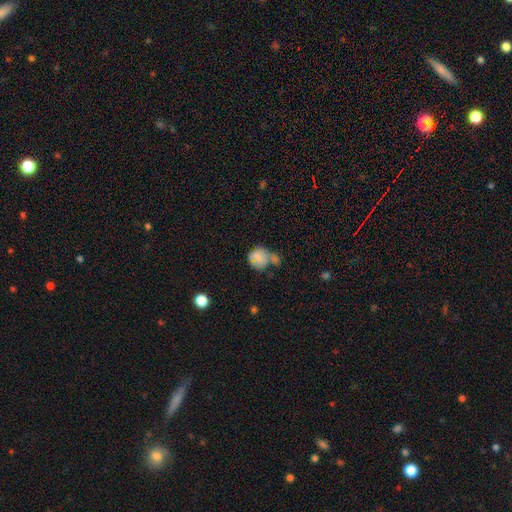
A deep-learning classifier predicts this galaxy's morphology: Smooth or featured?
  - smooth: 76% *
  - featured or disk: 15%
  - star or artifact: 9%
How rounded?
  - round: 73% *
  - in between: 26%
  - cigar-shaped: 1%
Merging?
  - merger: 36% *
  - none: 31%
  - minor disturbance: 20%
  - major disturbance: 13%